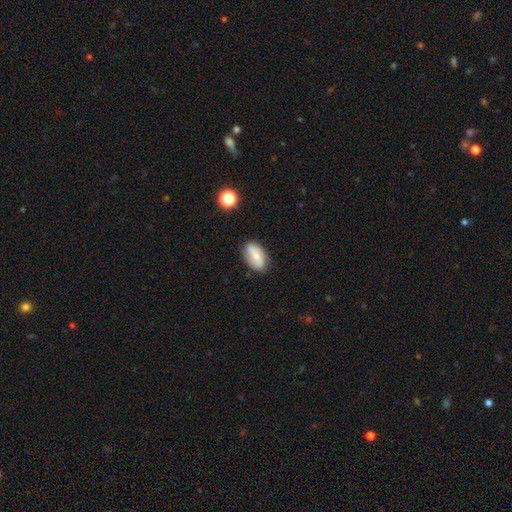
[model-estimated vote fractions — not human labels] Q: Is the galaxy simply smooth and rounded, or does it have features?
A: smooth — 61%.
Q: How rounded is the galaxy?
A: in between — 90%.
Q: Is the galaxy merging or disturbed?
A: none — 81%.